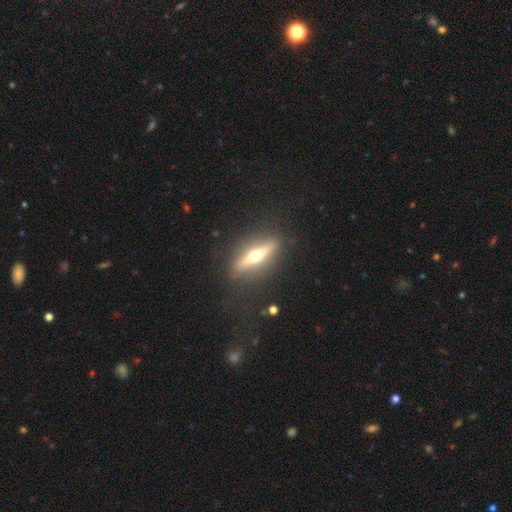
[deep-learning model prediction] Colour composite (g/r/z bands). It shows a featured or disk galaxy (66%) viewed edge-on (90%) with a rounded central bulge (96%). Merging: none (86%).